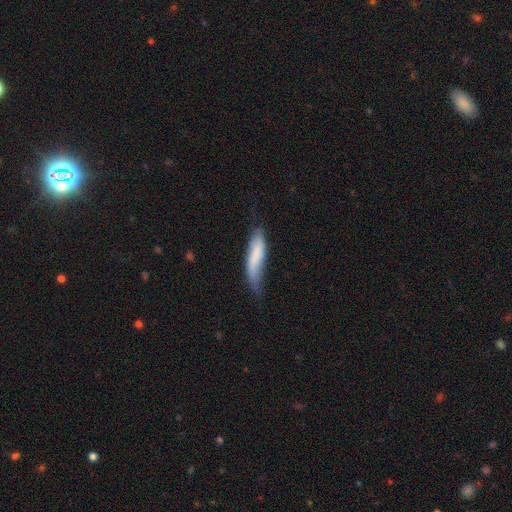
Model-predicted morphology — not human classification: Overall: smooth (72%). How rounded: cigar-shaped (71%). Merging: minor disturbance (42%; none 40%).